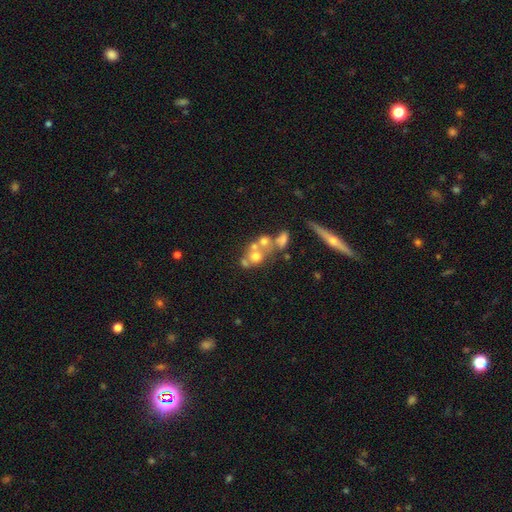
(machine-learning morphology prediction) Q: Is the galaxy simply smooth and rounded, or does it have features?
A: smooth — 46%.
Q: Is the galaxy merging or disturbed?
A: merger — 53%.